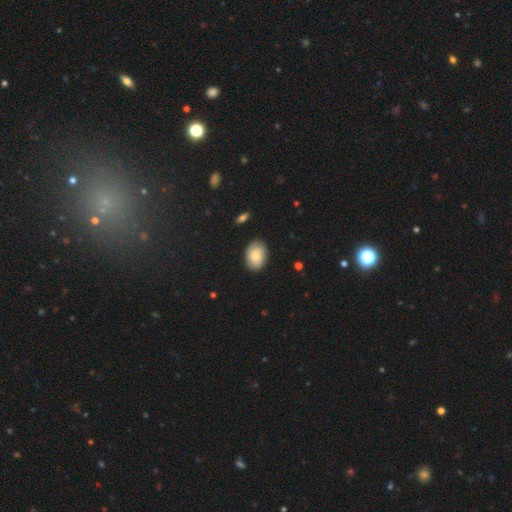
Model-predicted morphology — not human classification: Smooth or featured? smooth (77%)
How rounded? in between (84%)
Merging? none (86%)